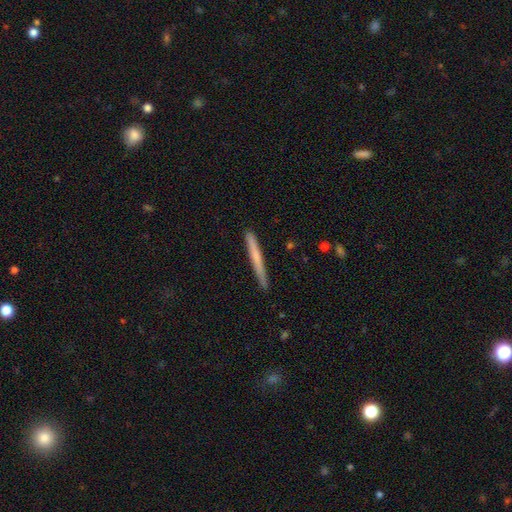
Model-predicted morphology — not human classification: Smooth or featured? smooth (59%)
How rounded? cigar-shaped (97%)
Merging? none (89%)